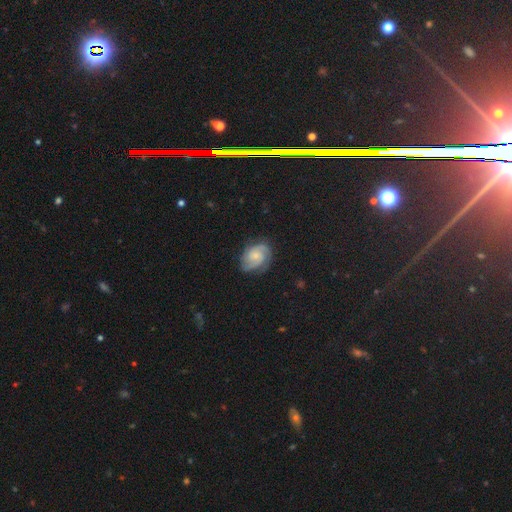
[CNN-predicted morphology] Smooth or featured? Predicted: featured or disk (p=0.80). Edge-on disk? Predicted: no (p=0.98). Bar? Predicted: no (p=0.62). Spiral arms? Predicted: yes (p=0.96). Spiral winding? Predicted: tight (p=0.50). Spiral arm count? Predicted: 2 (p=0.70). Bulge size? Predicted: small (p=0.59). Merging? Predicted: none (p=0.73).